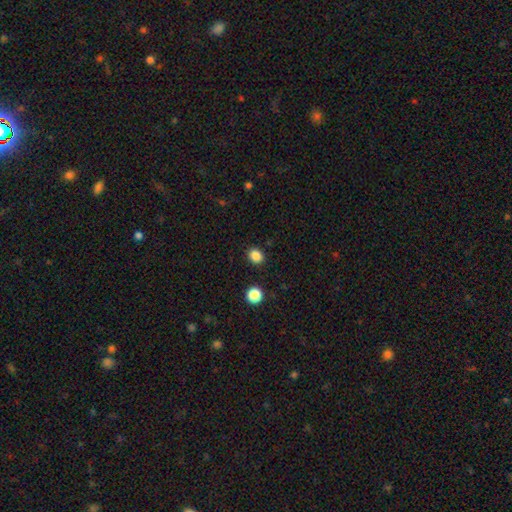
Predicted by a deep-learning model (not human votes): This appears to be a smooth galaxy with no disk features (86%) that is round (66%). Merging: none (89%).